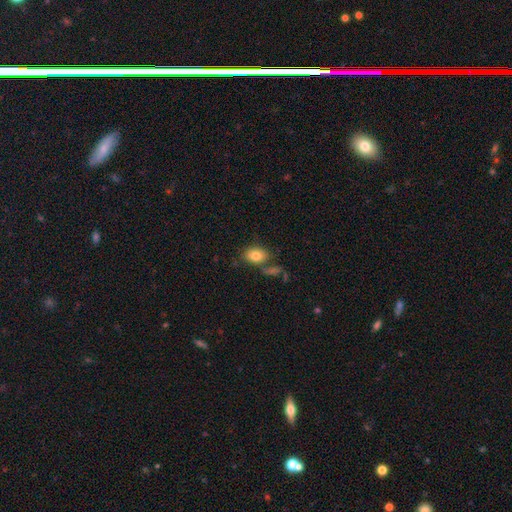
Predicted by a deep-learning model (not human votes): The model was most divided on "merging": none: 62%, merger: 16%, minor disturbance: 16%, major disturbance: 7%. More confident: smooth or featured — smooth (82%); how rounded — in between (82%).